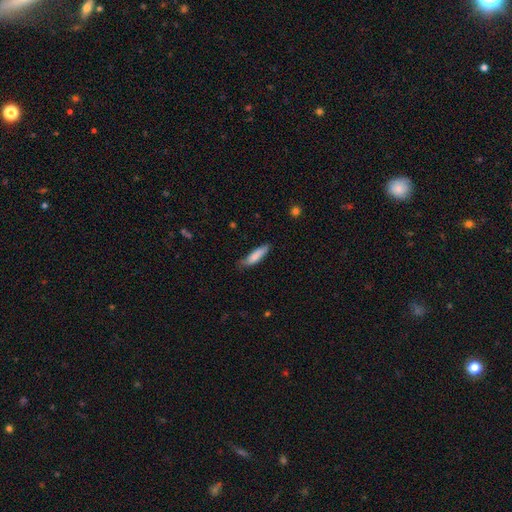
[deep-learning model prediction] This is likely a smooth galaxy (79%). How rounded: likely cigar-shaped (70%). Merging: likely none (71%).